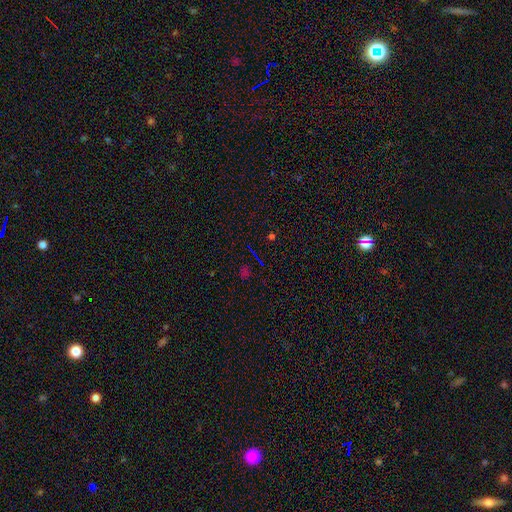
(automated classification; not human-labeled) Smooth or featured: star or artifact — 67% (smooth — 21%)